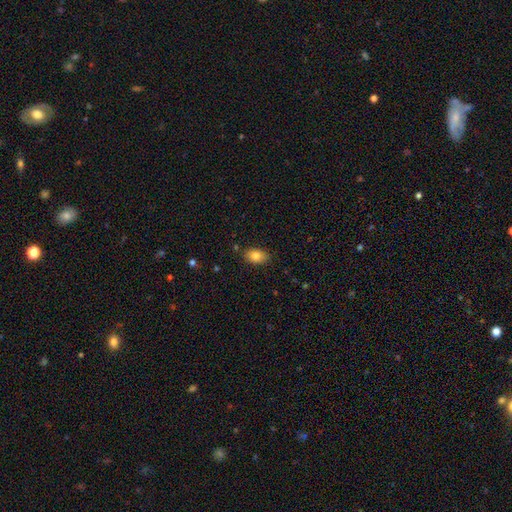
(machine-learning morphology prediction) The model was most divided on "how rounded": in between: 85%, round: 13%, cigar-shaped: 2%. More confident: merging — none (84%); smooth or featured — smooth (82%).